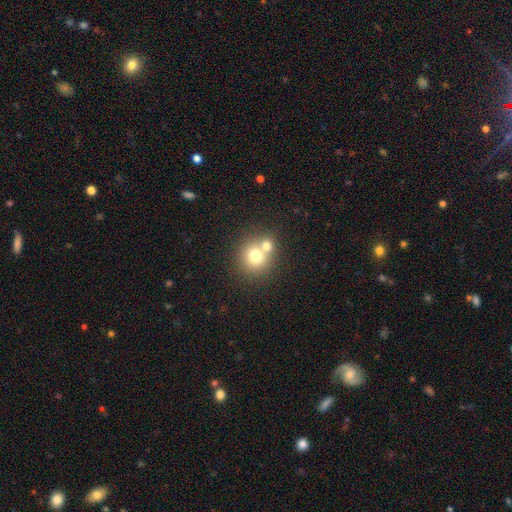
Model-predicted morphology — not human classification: Q: Smooth or featured?
A: smooth (72%); runner-up: featured or disk (16%)
Q: How rounded?
A: round (86%); runner-up: in between (13%)
Q: Merging?
A: merger (46%); tied with: none (46%)